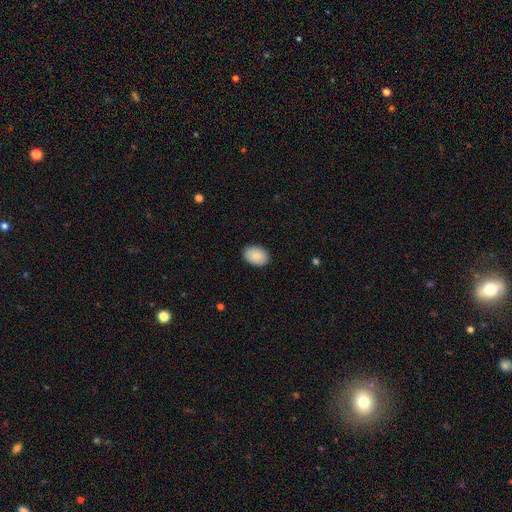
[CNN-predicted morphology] smooth_or_featured: smooth (p=0.88) [alt: star or artifact p=0.06]
how_rounded: in between (p=0.84) [alt: round p=0.15]
merging: none (p=0.89) [alt: minor disturbance p=0.08]